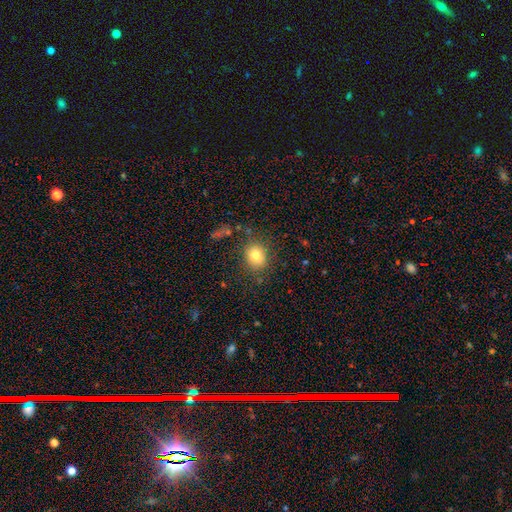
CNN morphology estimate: A smooth galaxy with no disk features (78%) that is round (72%). Merging: none (83%).